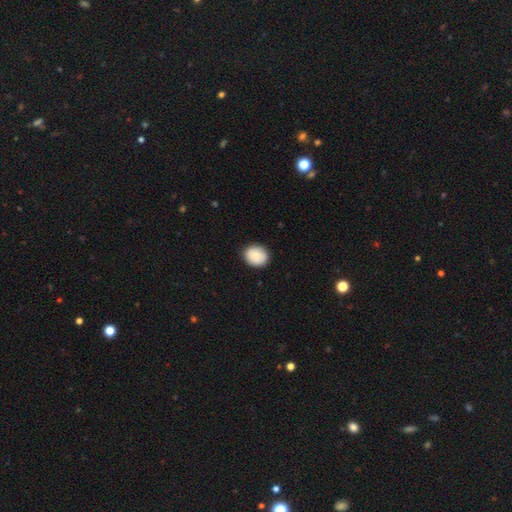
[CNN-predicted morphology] Overall: smooth (87%). How rounded: round (69%; in between 30%). Merging: none (88%).